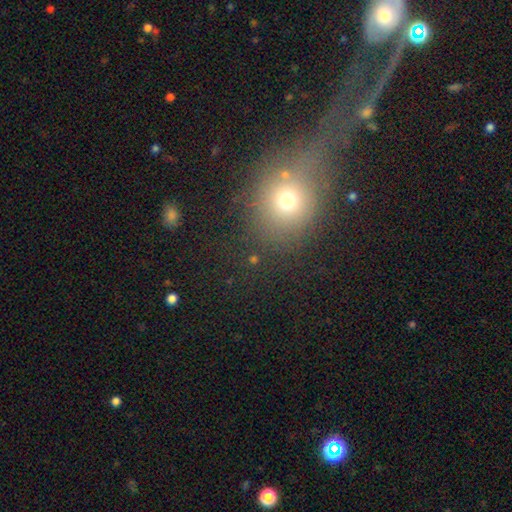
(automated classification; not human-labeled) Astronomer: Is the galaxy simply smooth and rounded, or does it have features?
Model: smooth — 57%.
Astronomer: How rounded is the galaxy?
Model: round — 76%.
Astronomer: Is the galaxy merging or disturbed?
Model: none — 44% (runner-up: merger, 23%).